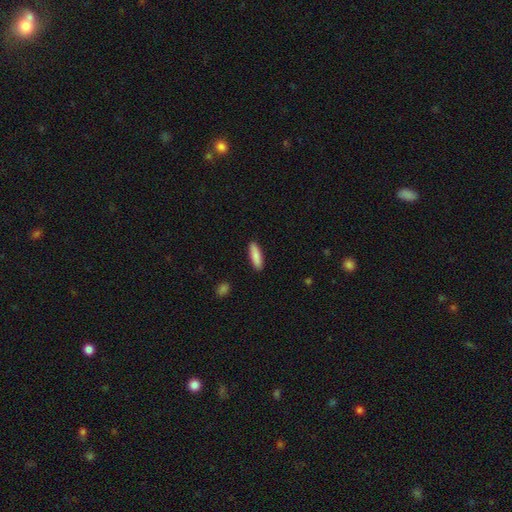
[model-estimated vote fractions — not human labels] Q: Smooth or featured?
A: smooth (85%); runner-up: featured or disk (9%)
Q: How rounded?
A: cigar-shaped (61%); runner-up: in between (37%)
Q: Merging?
A: none (90%); runner-up: minor disturbance (7%)